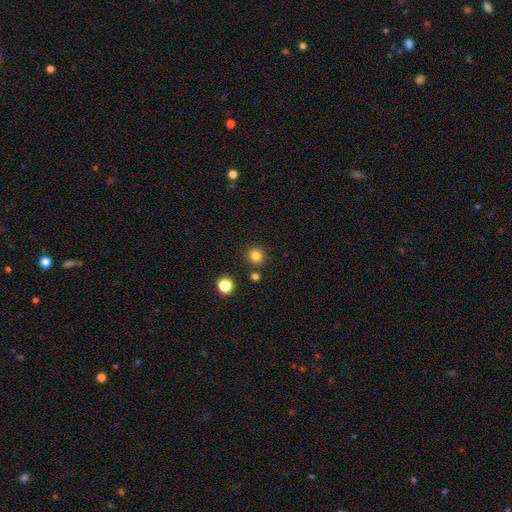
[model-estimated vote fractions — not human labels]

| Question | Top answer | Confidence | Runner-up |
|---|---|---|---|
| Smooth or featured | smooth | 81% | star or artifact (14%) |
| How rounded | round | 87% | in between (12%) |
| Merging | none | 85% | minor disturbance (7%) |